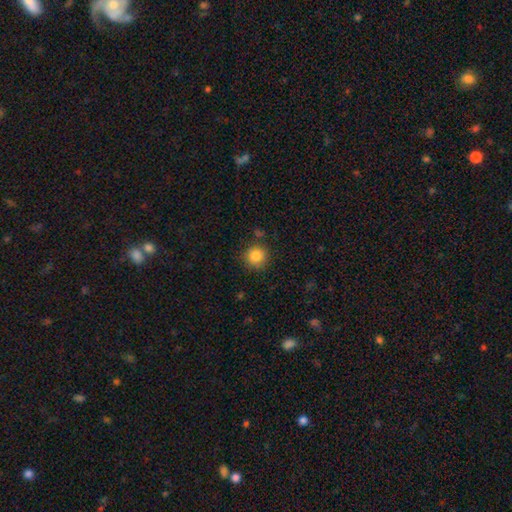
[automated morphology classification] Smooth or featured?
  - smooth: 84% *
  - star or artifact: 10%
  - featured or disk: 5%
How rounded?
  - round: 94% *
  - in between: 5%
  - cigar-shaped: 1%
Merging?
  - none: 85% *
  - minor disturbance: 9%
  - merger: 3%
  - major disturbance: 3%